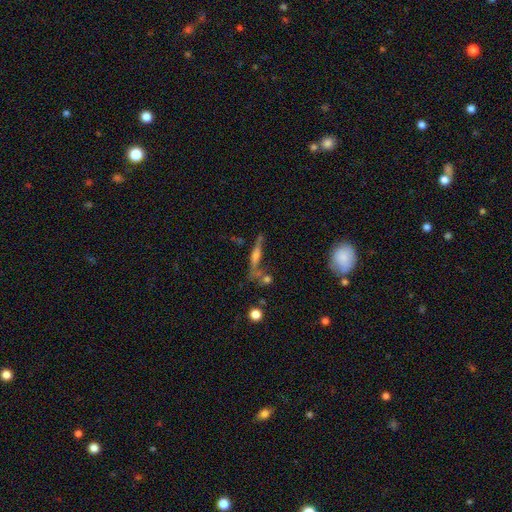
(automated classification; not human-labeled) Morphology: type=featured or disk (61%); edge-on=yes (89%); edge-on bulge=rounded (72%); merging=none (60%).